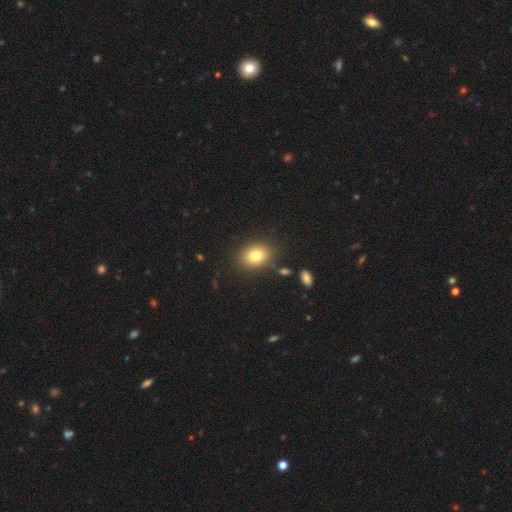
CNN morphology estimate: This is clearly a smooth galaxy (80%). How rounded: likely in between (61%). Merging: clearly none (85%).